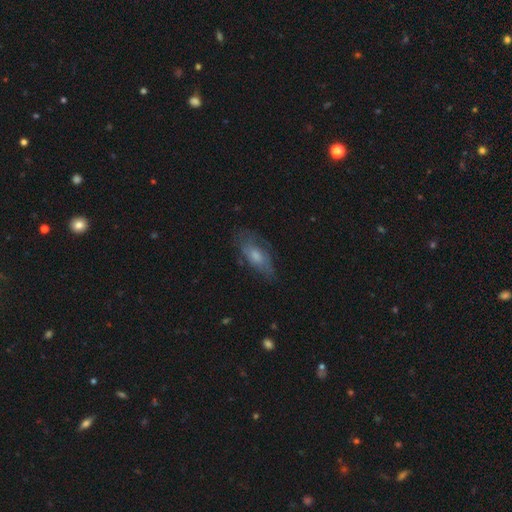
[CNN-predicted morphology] smooth 52%, featured or disk 40%, star or artifact 8%. Down the decision tree: how rounded — in between (81%); merging — none (64%).